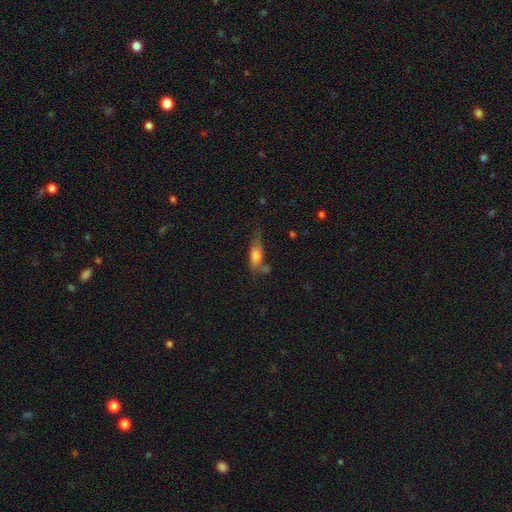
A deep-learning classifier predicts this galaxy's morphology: A smooth galaxy with no disk features (66%) that is in between round and cigar-shaped (57%). Merging: none (43%).